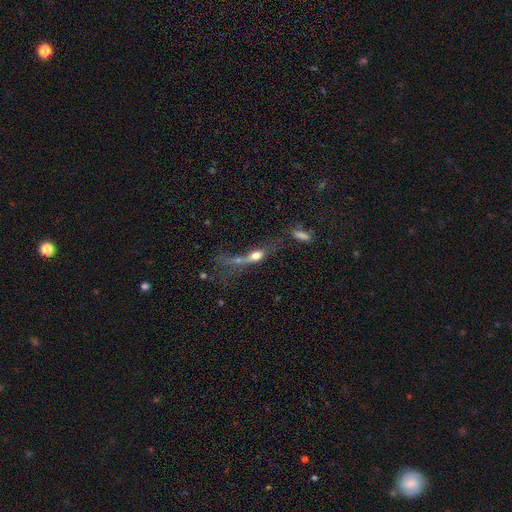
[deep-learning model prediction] This appears to be a smooth galaxy with no disk features (55%) that is in between round and cigar-shaped (51%). Merging: merger (35%).